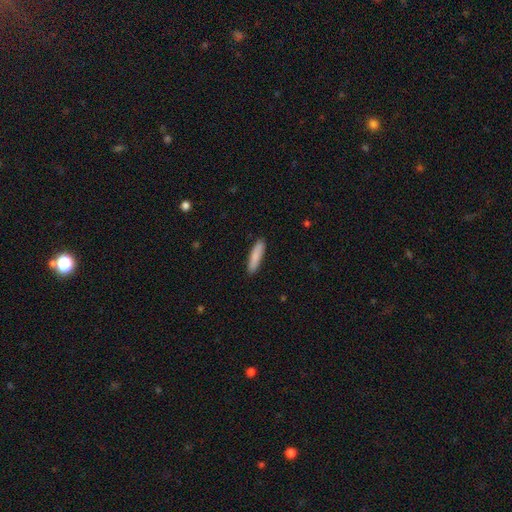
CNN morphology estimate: smooth-or-featured: smooth: 85% | featured or disk: 9% | star or artifact: 6%
  how-rounded: cigar-shaped: 80% | in between: 18% | round: 1%
  merging: none: 90% | minor disturbance: 8% | major disturbance: 2% | merger: 1%